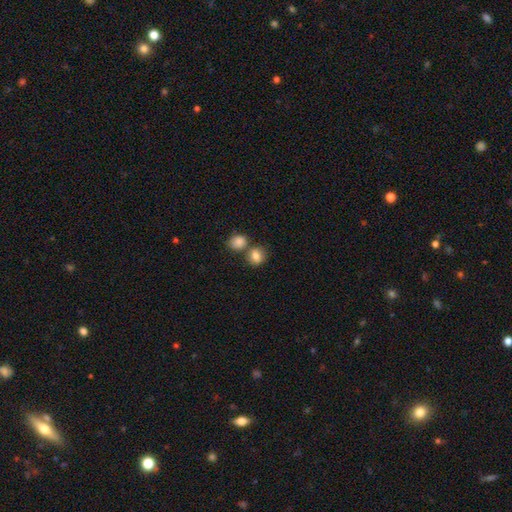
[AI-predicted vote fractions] Smooth or featured?
  - smooth: 83% *
  - star or artifact: 10%
  - featured or disk: 7%
How rounded?
  - round: 66% *
  - in between: 33%
  - cigar-shaped: 1%
Merging?
  - none: 52% *
  - merger: 34%
  - minor disturbance: 10%
  - major disturbance: 3%